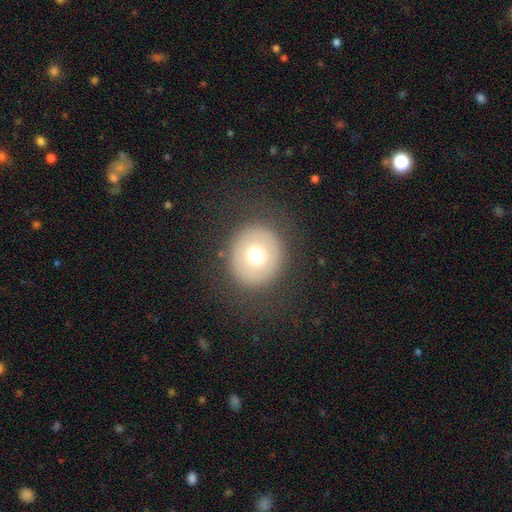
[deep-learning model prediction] A smooth galaxy with no disk features (66%) that is round (88%). Merging: none (86%).